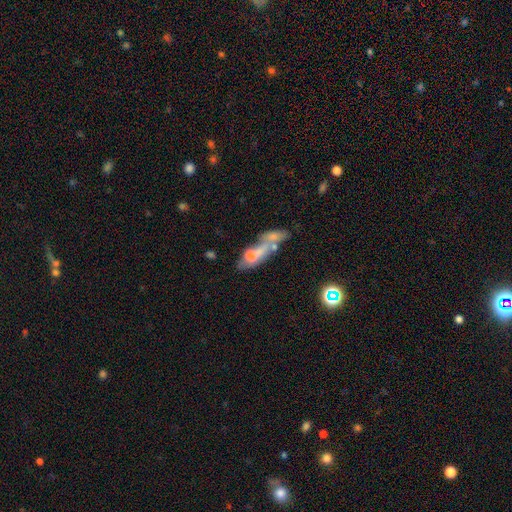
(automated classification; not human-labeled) Smooth or featured? Predicted: featured or disk (p=0.47). Merging? Predicted: merger (p=0.40).